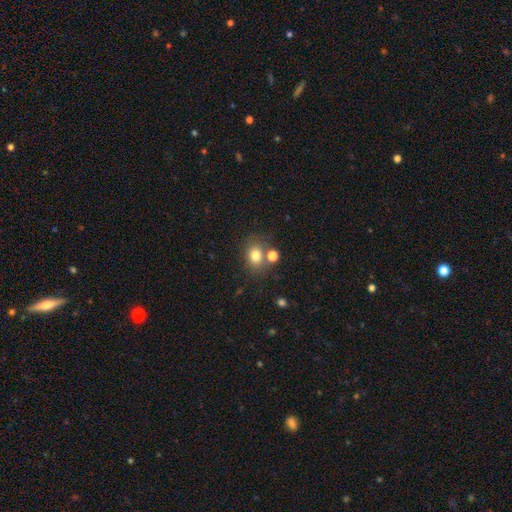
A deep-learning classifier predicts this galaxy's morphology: smooth 78%, star or artifact 13%, featured or disk 9%. Down the decision tree: how rounded — round (61%); merging — none (65%).